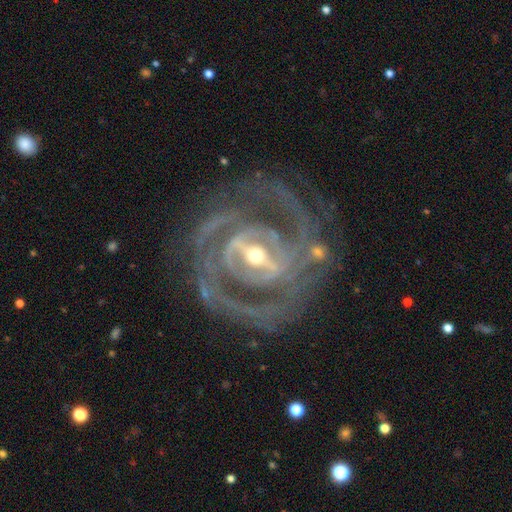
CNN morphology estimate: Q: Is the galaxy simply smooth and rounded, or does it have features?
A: featured or disk — 92%.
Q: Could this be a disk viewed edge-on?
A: no — 96%.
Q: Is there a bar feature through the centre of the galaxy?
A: strong — 68%.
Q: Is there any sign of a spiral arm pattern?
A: yes — 95%.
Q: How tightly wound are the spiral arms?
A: tight — 54%.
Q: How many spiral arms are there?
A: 2 — 35%.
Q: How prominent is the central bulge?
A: moderate — 49%.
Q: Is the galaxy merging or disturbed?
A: none — 69%.